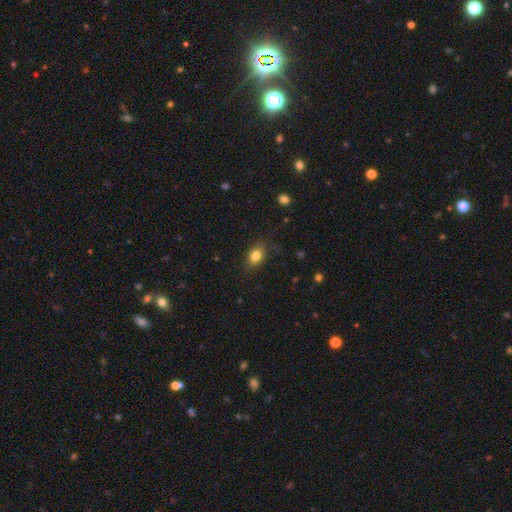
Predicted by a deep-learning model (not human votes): A smooth galaxy with no disk features (81%) that is in between round and cigar-shaped (70%).

Vote fractions:
- Smooth or featured? smooth: 81% / star or artifact: 10% / featured or disk: 9%
- How rounded? in between: 70% / round: 27% / cigar-shaped: 2%
- Merging? none: 80% / minor disturbance: 15% / major disturbance: 4% / merger: 1%